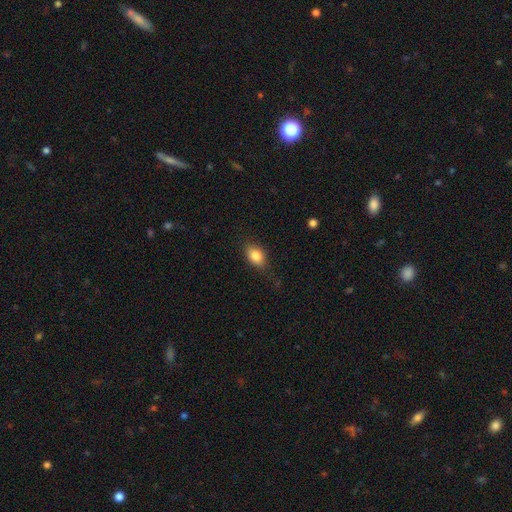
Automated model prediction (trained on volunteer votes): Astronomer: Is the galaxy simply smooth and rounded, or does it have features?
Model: smooth — 84%.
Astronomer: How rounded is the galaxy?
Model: in between — 79%.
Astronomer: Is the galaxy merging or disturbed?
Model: none — 79%.